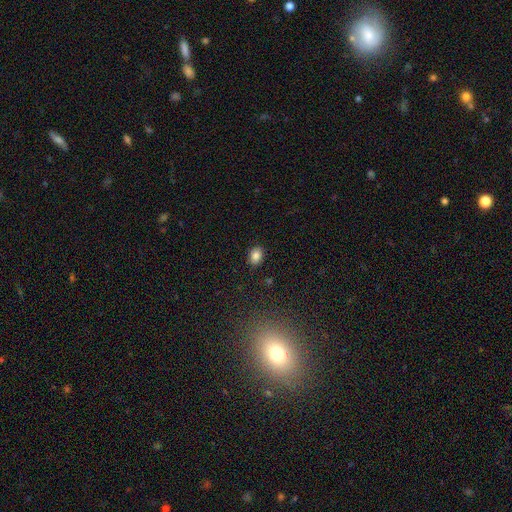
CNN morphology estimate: Smooth or featured? Predicted: smooth (p=0.85). How rounded? Predicted: in between (p=0.66). Merging? Predicted: none (p=0.88).